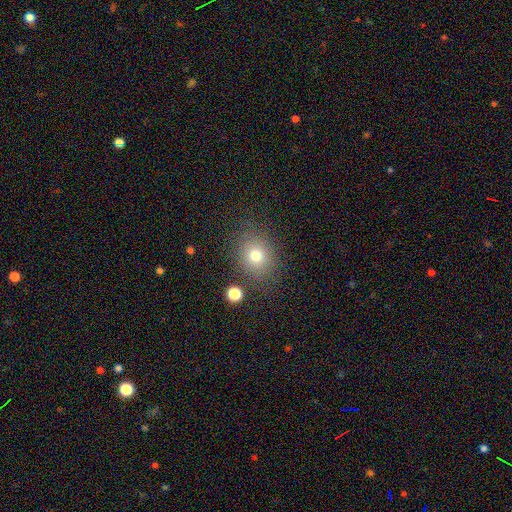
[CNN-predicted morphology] Smooth or featured? smooth (74%)
How rounded? round (69%)
Merging? none (80%)